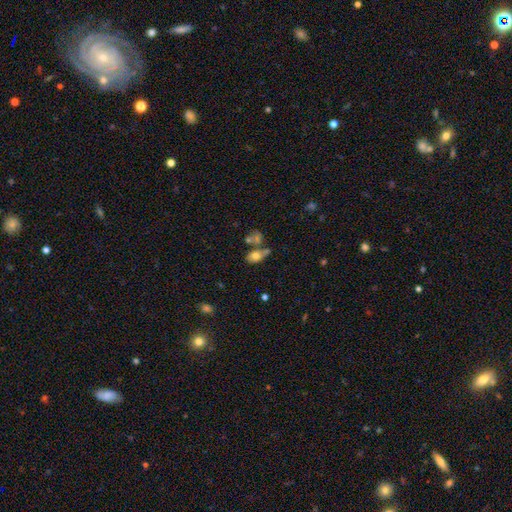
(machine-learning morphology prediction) smooth_or_featured: smooth (p=0.70) [alt: featured or disk p=0.19]
how_rounded: in between (p=0.78) [alt: round p=0.19]
merging: none (p=0.37) [tied with: merger p=0.37]